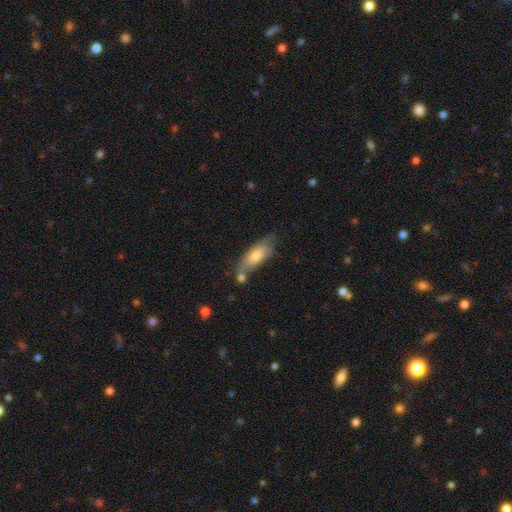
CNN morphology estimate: smooth 62%, featured or disk 31%, star or artifact 6%. Down the decision tree: how rounded — in between (69%); merging — none (46%).